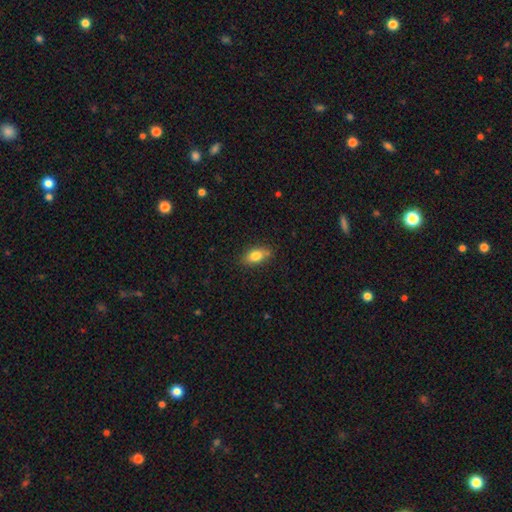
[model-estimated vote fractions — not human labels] A smooth galaxy with no disk features (81%) that is in between round and cigar-shaped (87%). Merging: none (78%).